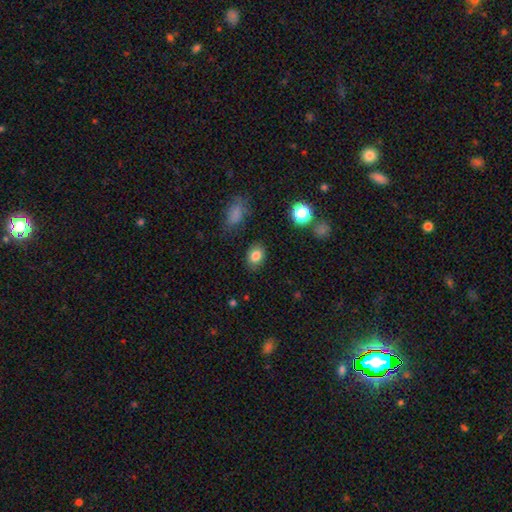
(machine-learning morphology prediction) Smooth or featured?
  - smooth: 82% *
  - star or artifact: 10%
  - featured or disk: 7%
How rounded?
  - in between: 67% *
  - round: 32%
  - cigar-shaped: 1%
Merging?
  - none: 84% *
  - minor disturbance: 11%
  - major disturbance: 3%
  - merger: 2%